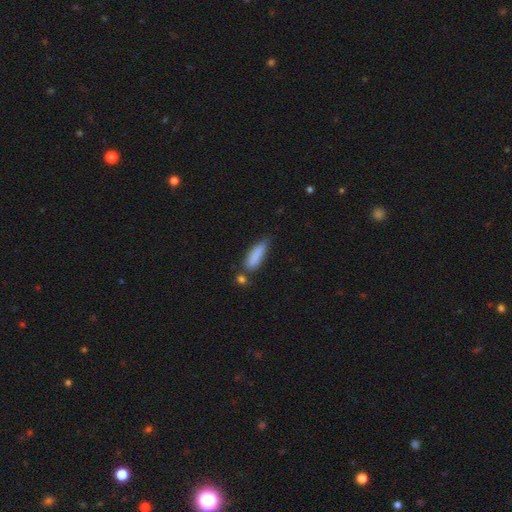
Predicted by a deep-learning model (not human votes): Smooth or featured?
  - smooth: 85% *
  - featured or disk: 8%
  - star or artifact: 7%
How rounded?
  - cigar-shaped: 53% *
  - in between: 45%
  - round: 2%
Merging?
  - none: 51% *
  - minor disturbance: 29%
  - merger: 12%
  - major disturbance: 7%